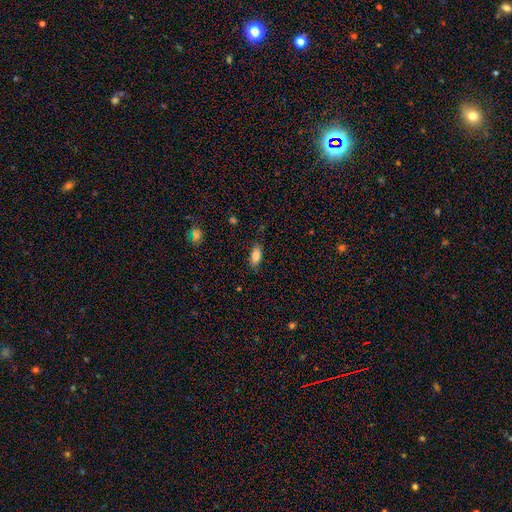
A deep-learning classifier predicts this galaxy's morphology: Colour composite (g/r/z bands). It shows a smooth galaxy with no disk features (85%) that is in between round and cigar-shaped (86%). Merging: none (84%).